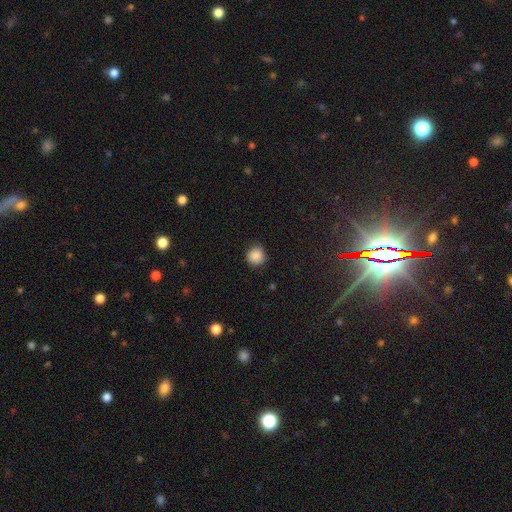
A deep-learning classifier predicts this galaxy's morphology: This appears to be a smooth galaxy with no disk features (87%) that is round (91%). Merging: none (84%).